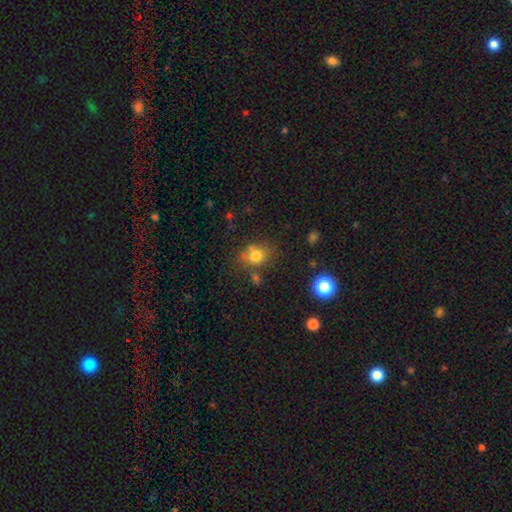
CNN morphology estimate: Smooth or featured: smooth — 75% (star or artifact — 13%)
How rounded: round — 57% (in between — 42%)
Merging: none — 60% (minor disturbance — 20%)